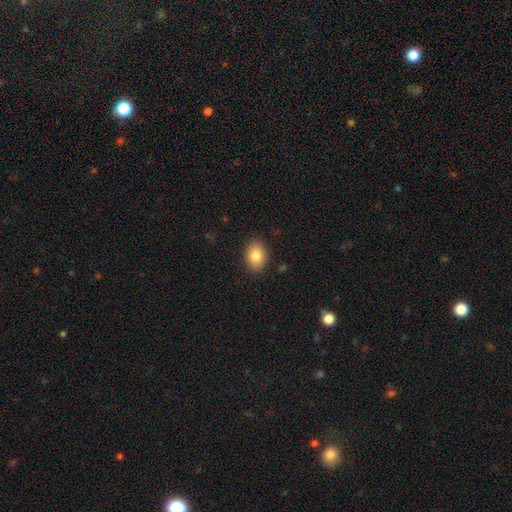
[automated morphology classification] smooth-or-featured: smooth: 83% | featured or disk: 9% | star or artifact: 8%
  how-rounded: in between: 66% | round: 33% | cigar-shaped: 1%
  merging: none: 88% | minor disturbance: 8% | major disturbance: 2% | merger: 1%